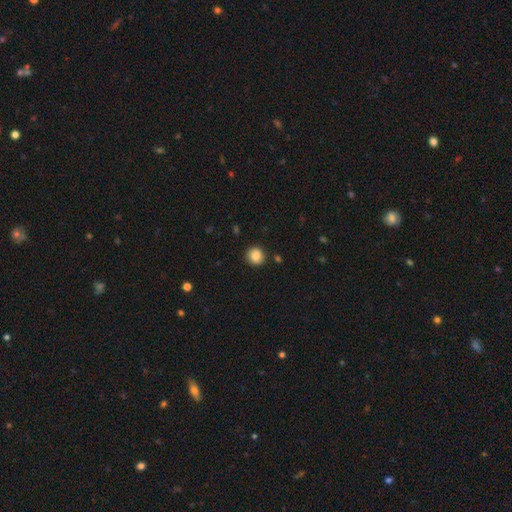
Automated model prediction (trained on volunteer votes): A smooth galaxy with no disk features (84%) that is round (88%).

Vote fractions:
- Smooth or featured? smooth: 84% / star or artifact: 9% / featured or disk: 7%
- How rounded? round: 88% / in between: 11% / cigar-shaped: 1%
- Merging? none: 85% / minor disturbance: 10% / major disturbance: 2% / merger: 2%